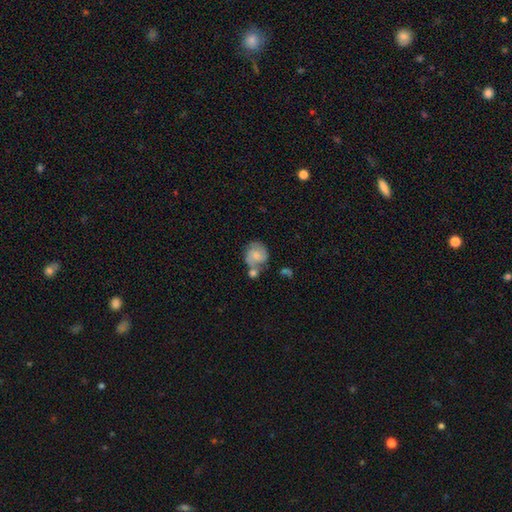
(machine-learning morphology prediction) smooth 49%, featured or disk 43%, star or artifact 8%. Down the decision tree: merging — none (44%).